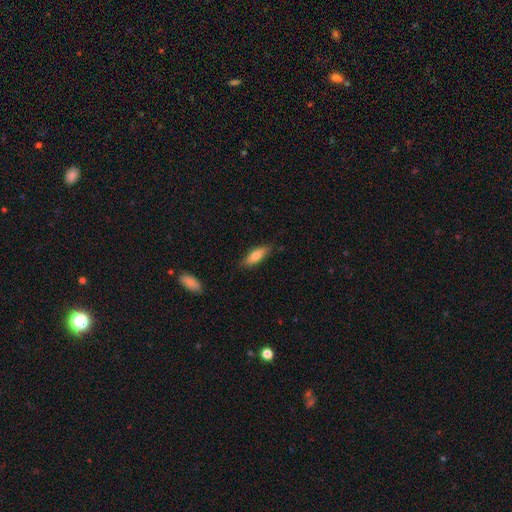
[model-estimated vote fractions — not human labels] This is likely a smooth galaxy (70%). How rounded: possibly in between (58%). Merging: clearly none (81%).